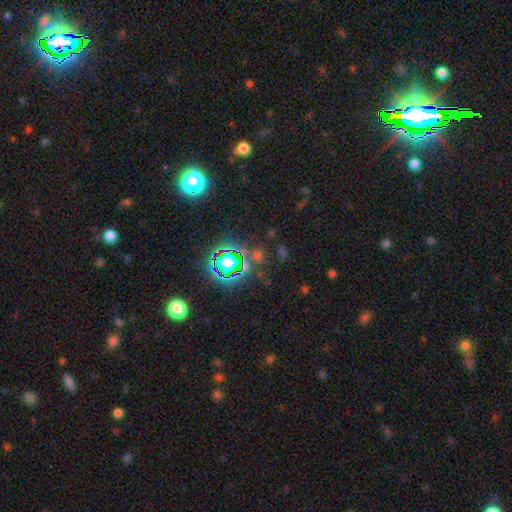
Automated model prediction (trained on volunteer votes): Q: Smooth or featured?
A: star or artifact (69%); runner-up: smooth (22%)